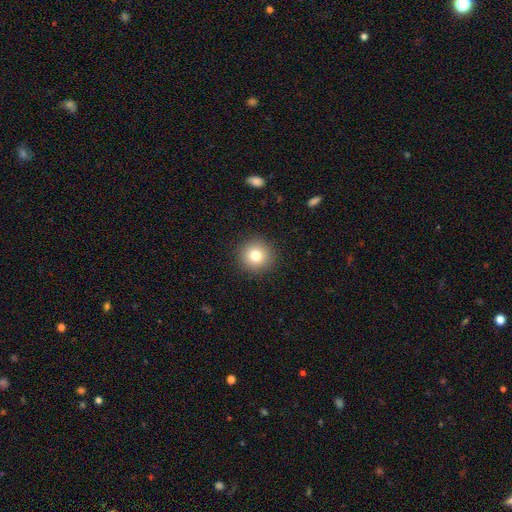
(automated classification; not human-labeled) Q: Smooth or featured?
A: smooth (79%); runner-up: star or artifact (12%)
Q: How rounded?
A: round (95%); runner-up: in between (4%)
Q: Merging?
A: none (92%); runner-up: minor disturbance (5%)